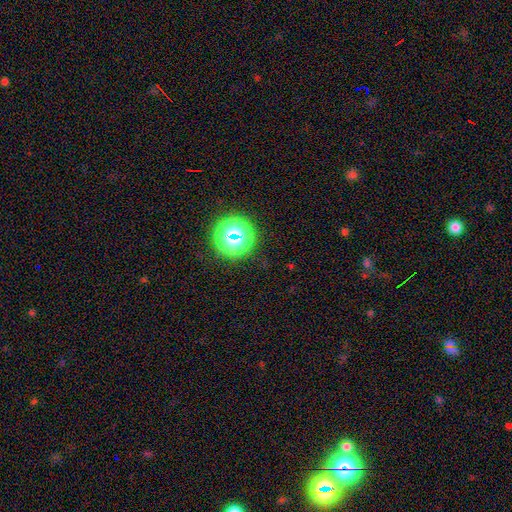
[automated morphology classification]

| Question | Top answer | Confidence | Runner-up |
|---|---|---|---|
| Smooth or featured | star or artifact | 77% | smooth (16%) |